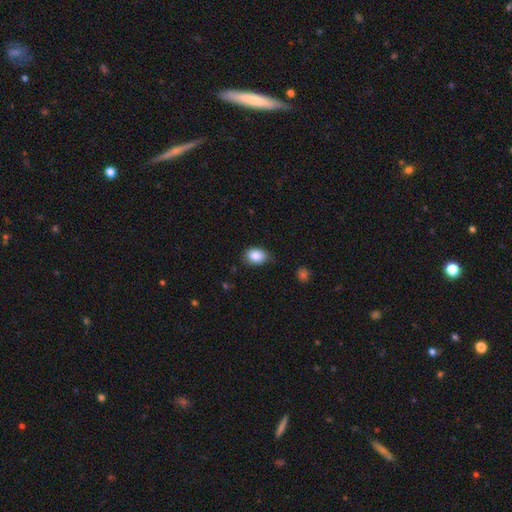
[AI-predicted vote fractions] smooth_or_featured: smooth (p=0.87) [alt: star or artifact p=0.08]
how_rounded: in between (p=0.78) [alt: round p=0.21]
merging: none (p=0.74) [alt: minor disturbance p=0.21]